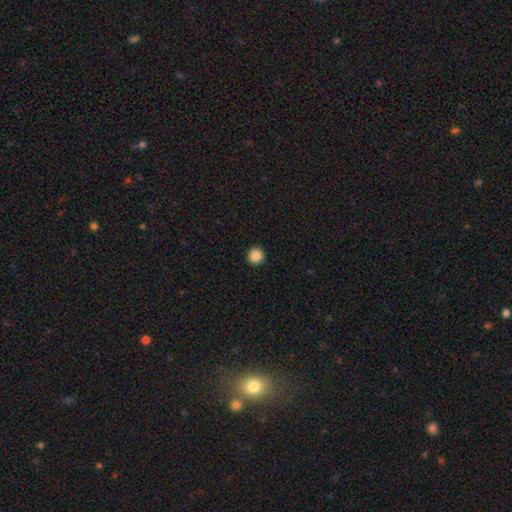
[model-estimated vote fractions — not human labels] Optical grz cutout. It shows a smooth galaxy with no disk features (86%) that is round (94%). Merging: none (94%).